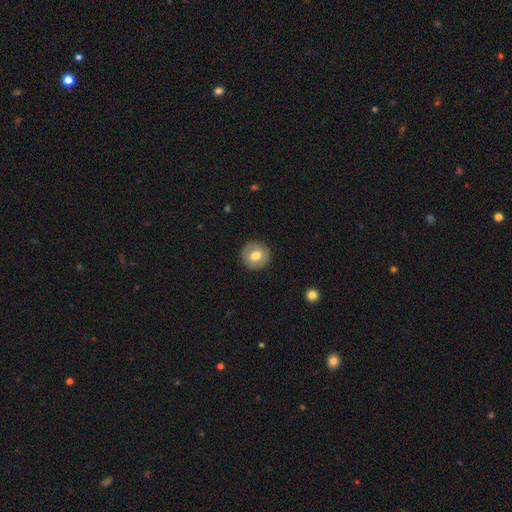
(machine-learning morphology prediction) smooth-or-featured: smooth: 67% | featured or disk: 26% | star or artifact: 7%
  how-rounded: round: 92% | in between: 7% | cigar-shaped: 1%
  merging: none: 90% | minor disturbance: 7% | major disturbance: 2% | merger: 1%